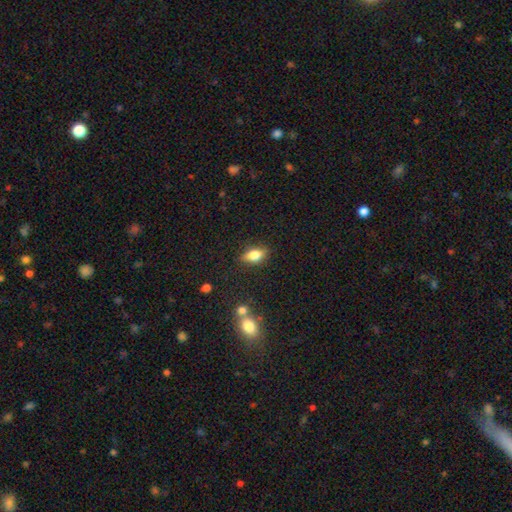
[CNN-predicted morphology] Smooth or featured?
  - smooth: 78% *
  - featured or disk: 13%
  - star or artifact: 9%
How rounded?
  - in between: 83% *
  - cigar-shaped: 10%
  - round: 7%
Merging?
  - none: 82% *
  - minor disturbance: 12%
  - major disturbance: 3%
  - merger: 3%